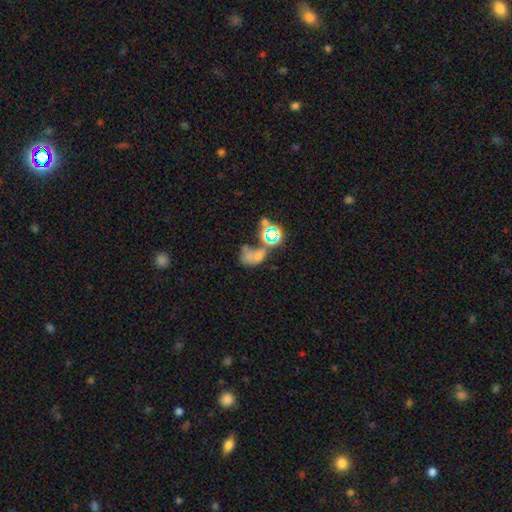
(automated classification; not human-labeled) A smooth galaxy with no disk features (49%). Merging: merger (47%).